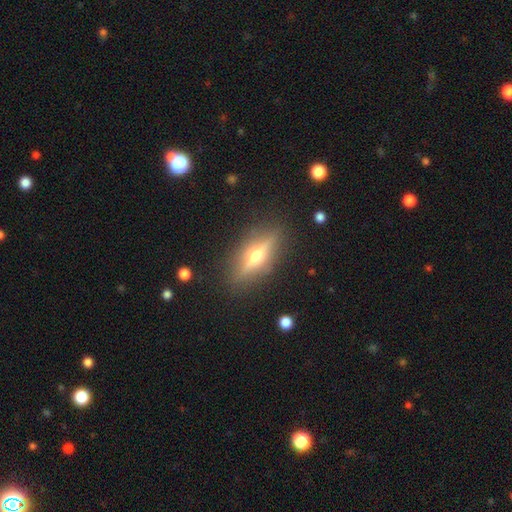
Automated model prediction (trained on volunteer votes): Smooth or featured? Predicted: featured or disk (p=0.69). Edge-on disk? Predicted: yes (p=0.92). Edge-on bulge? Predicted: rounded (p=0.96). Merging? Predicted: none (p=0.87).